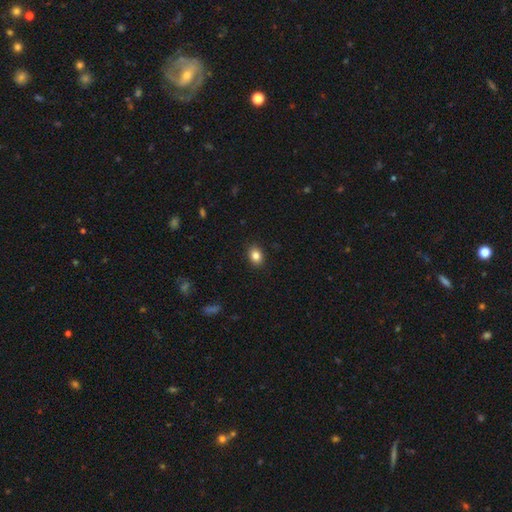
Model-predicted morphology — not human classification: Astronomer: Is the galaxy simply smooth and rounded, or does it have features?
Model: smooth — 84%.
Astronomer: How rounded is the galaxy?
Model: in between — 63%.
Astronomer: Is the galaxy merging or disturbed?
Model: none — 90%.